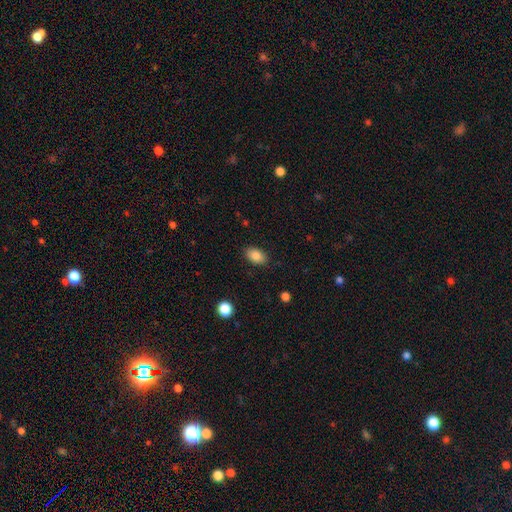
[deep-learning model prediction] This appears to be a smooth galaxy with no disk features (85%) that is in between round and cigar-shaped (89%). Merging: none (86%).